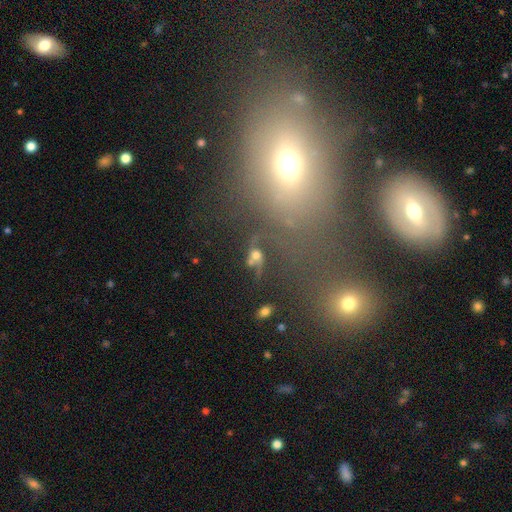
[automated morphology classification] This appears to be a featured or disk galaxy (49%). Merging: none (37%).